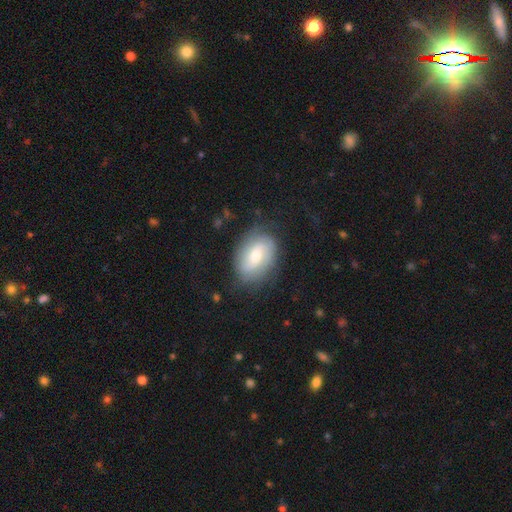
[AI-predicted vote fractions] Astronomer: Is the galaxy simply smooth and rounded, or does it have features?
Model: featured or disk — 53% (runner-up: smooth, 40%).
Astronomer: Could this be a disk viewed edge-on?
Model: no — 95%.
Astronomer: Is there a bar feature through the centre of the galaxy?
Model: no — 48% (runner-up: weak, 41%).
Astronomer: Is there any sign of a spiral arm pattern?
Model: yes — 83%.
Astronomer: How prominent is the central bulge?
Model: moderate — 56%.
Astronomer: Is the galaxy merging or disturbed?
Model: none — 70%.